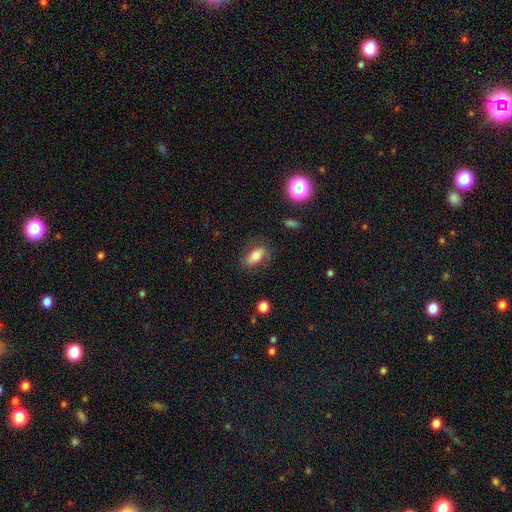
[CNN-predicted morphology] Smooth or featured?
  - smooth: 72% *
  - featured or disk: 19%
  - star or artifact: 8%
How rounded?
  - in between: 84% *
  - cigar-shaped: 11%
  - round: 5%
Merging?
  - none: 74% *
  - minor disturbance: 17%
  - major disturbance: 7%
  - merger: 2%